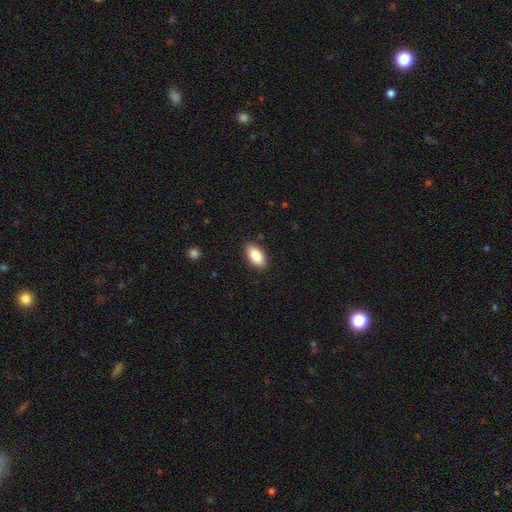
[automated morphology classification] A smooth galaxy with no disk features (86%) that is in between round and cigar-shaped (91%). Merging: none (88%).